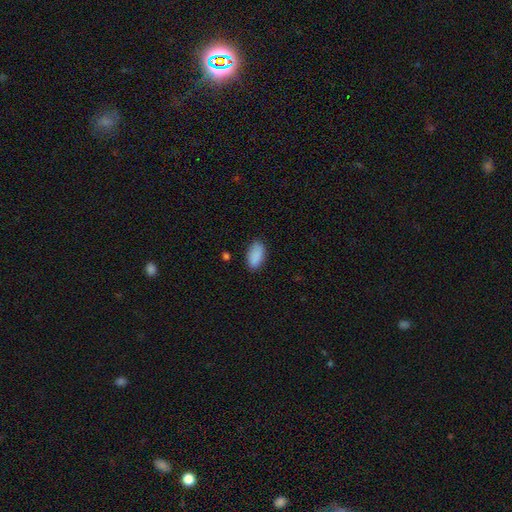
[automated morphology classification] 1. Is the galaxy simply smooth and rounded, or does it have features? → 89% smooth, 7% star or artifact, 3% featured or disk.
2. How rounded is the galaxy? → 93% in between, 4% cigar-shaped, 3% round.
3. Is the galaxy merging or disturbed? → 84% none, 12% minor disturbance, 3% major disturbance, 1% merger.